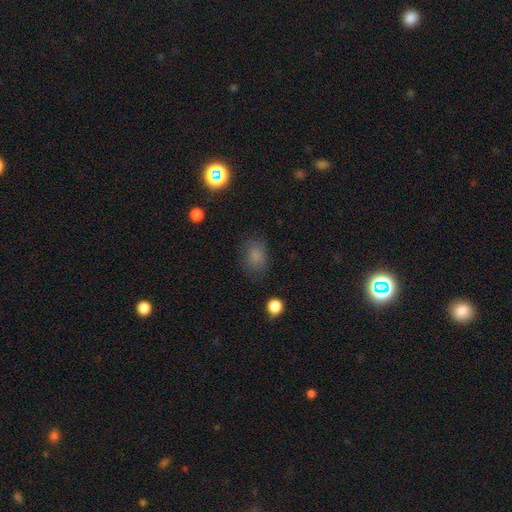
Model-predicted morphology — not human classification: Smooth or featured? smooth (77%)
How rounded? in between (63%)
Merging? none (73%)